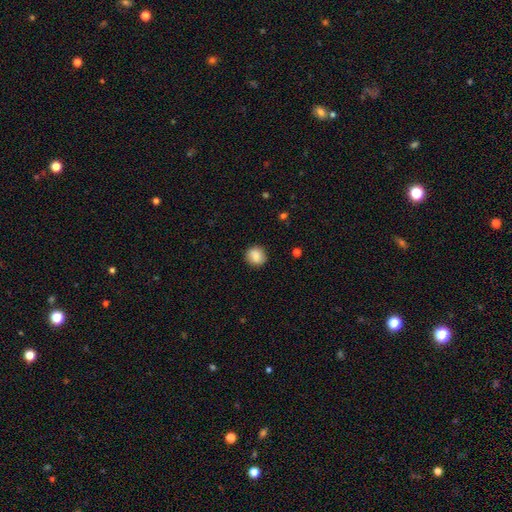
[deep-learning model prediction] Smooth or featured: smooth — 83% (featured or disk — 8%)
How rounded: round — 87% (in between — 12%)
Merging: none — 89% (minor disturbance — 8%)